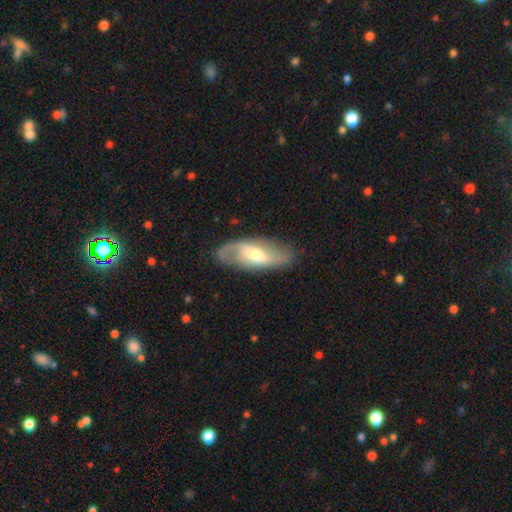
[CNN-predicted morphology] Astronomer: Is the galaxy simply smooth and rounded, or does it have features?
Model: featured or disk — 66%.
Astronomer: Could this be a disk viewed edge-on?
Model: no — 86%.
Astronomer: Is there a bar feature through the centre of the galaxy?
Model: weak — 41% (runner-up: no, 38%).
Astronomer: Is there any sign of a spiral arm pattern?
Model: yes — 82%.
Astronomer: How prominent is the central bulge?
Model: moderate — 59%.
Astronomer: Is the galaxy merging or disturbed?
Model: none — 78%.